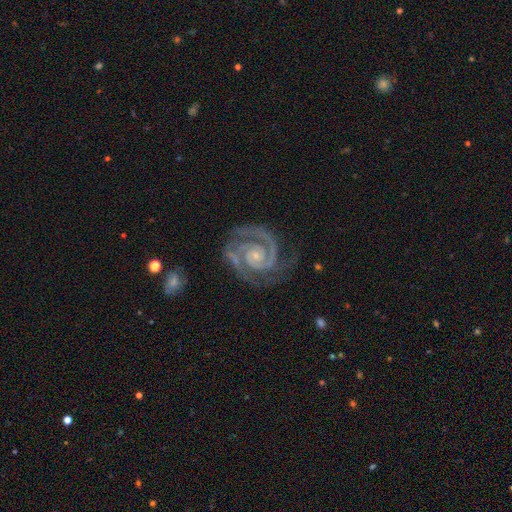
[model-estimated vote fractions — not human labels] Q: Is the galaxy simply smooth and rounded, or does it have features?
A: featured or disk — 93%.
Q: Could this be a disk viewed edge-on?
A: no — 98%.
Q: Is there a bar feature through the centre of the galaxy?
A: no — 66%.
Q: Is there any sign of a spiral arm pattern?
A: yes — 99%.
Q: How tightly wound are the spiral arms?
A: tight — 71%.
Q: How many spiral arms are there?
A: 2 — 88%.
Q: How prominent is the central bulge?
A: small — 74%.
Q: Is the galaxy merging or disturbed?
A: none — 76%.